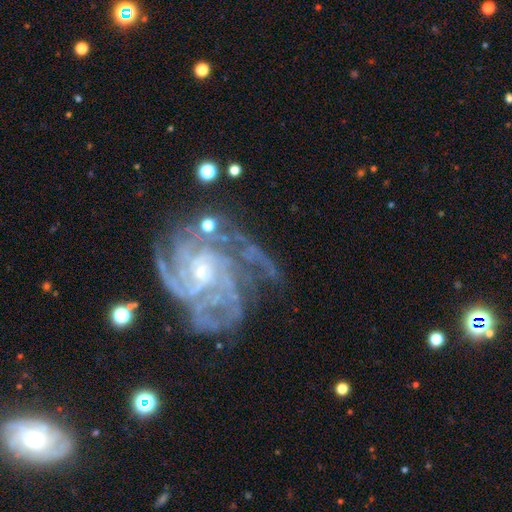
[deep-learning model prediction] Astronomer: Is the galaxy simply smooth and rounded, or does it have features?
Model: featured or disk — 88%.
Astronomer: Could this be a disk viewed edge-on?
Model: no — 98%.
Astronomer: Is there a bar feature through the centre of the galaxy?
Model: no — 64%.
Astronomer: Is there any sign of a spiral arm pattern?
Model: yes — 97%.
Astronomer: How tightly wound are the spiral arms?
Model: tight — 59%.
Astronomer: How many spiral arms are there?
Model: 4 — 29% (runner-up: can't tell, 20%).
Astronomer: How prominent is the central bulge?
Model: small — 77%.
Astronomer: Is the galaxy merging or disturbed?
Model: none — 55%.